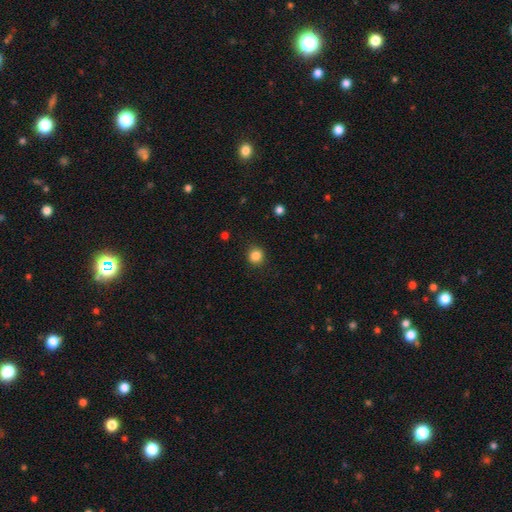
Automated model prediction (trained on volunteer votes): Smooth or featured? smooth (85%)
How rounded? round (90%)
Merging? none (90%)